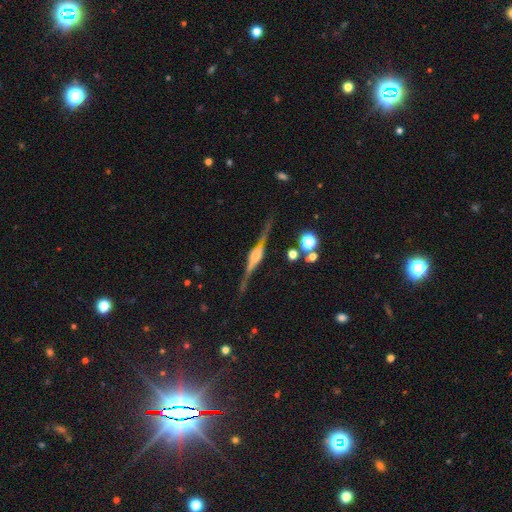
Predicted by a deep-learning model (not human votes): Q: Smooth or featured?
A: featured or disk (88%); runner-up: smooth (7%)
Q: Edge-on disk?
A: yes (98%); runner-up: no (2%)
Q: Edge-on bulge?
A: rounded (72%); runner-up: boxy (25%)
Q: Merging?
A: none (85%); runner-up: minor disturbance (10%)